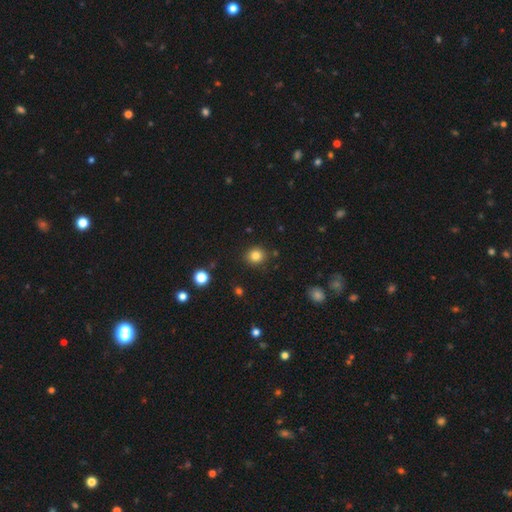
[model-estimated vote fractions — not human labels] smooth 83%, star or artifact 12%, featured or disk 5%. Down the decision tree: how rounded — round (86%); merging — none (88%).